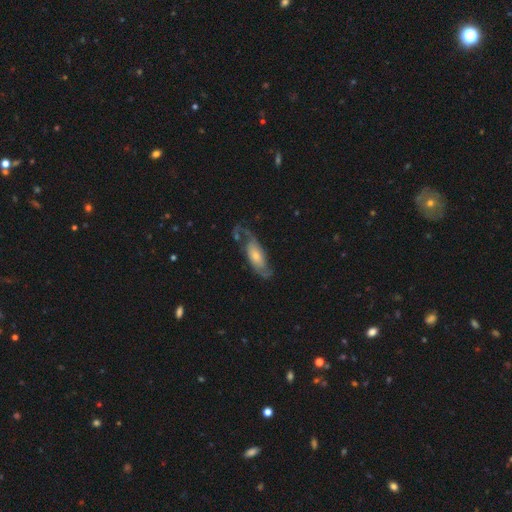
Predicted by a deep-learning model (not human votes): This is likely a featured or disk galaxy (74%). It is clearly not viewed edge-on (90%). Bar: likely no (65%). Spiral arm pattern: clearly yes (90%). Spiral arm count: clearly 2 (81%). Spiral winding: possibly loose (47%). Central bulge: possibly small (50%). Merging: possibly none (57%).